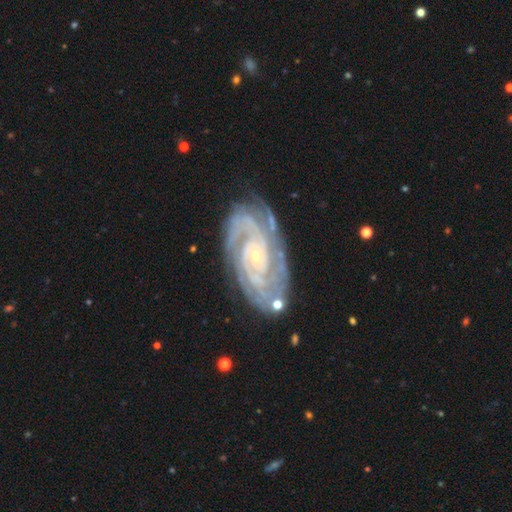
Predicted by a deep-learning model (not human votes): Smooth or featured: featured or disk — 90% (star or artifact — 6%)
Edge-on disk: no — 96% (yes — 4%)
Bar: no — 67% (weak — 22%)
Spiral arms: yes — 98% (no — 2%)
Spiral winding: tight — 75% (medium — 22%)
Spiral arm count: 2 — 40% (3 — 23%)
Bulge size: small — 84% (moderate — 11%)
Merging: none — 76% (minor disturbance — 17%)